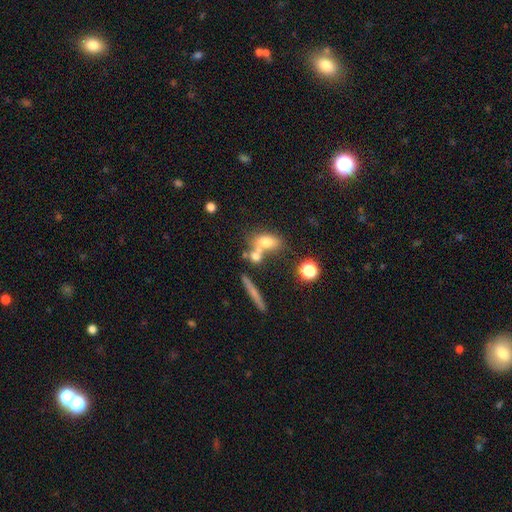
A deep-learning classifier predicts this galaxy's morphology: Q: Smooth or featured?
A: smooth (66%); runner-up: featured or disk (21%)
Q: How rounded?
A: in between (61%); runner-up: round (23%)
Q: Merging?
A: merger (43%); runner-up: none (40%)